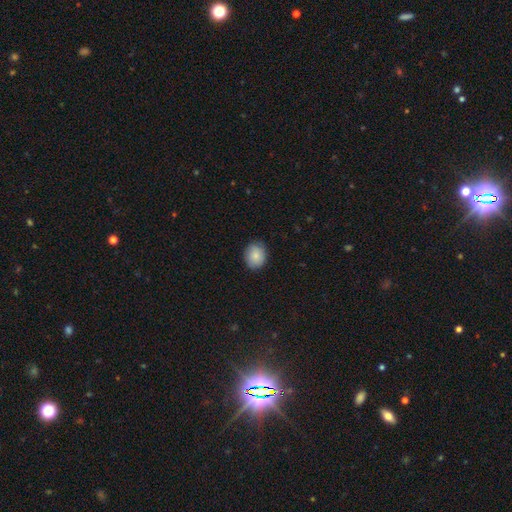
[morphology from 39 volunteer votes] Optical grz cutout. It shows a smooth galaxy with no disk features (92%) that is round (83%). Merging: none (90%).